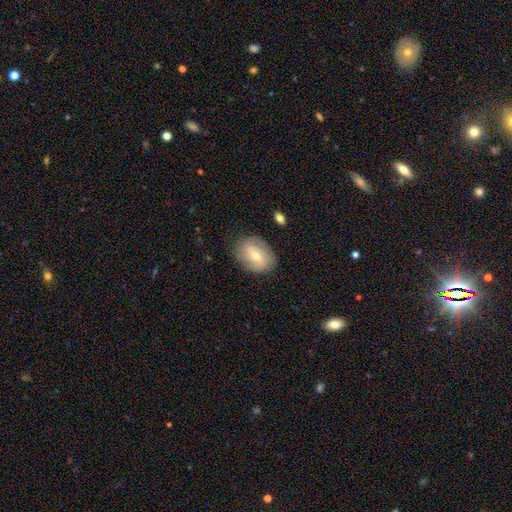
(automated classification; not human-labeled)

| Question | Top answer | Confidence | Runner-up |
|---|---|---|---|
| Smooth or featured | smooth | 51% | featured or disk (42%) |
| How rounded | in between | 74% | round (24%) |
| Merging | none | 80% | minor disturbance (15%) |